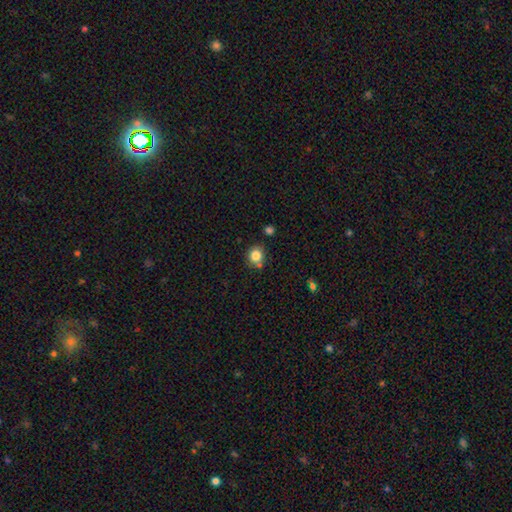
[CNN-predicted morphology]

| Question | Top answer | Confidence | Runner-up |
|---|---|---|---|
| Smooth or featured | smooth | 84% | star or artifact (11%) |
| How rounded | round | 83% | in between (16%) |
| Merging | none | 76% | minor disturbance (13%) |